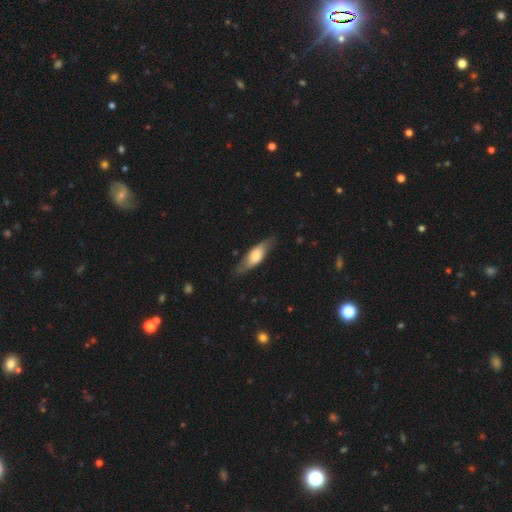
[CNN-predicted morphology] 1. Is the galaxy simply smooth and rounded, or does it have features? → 59% smooth, 35% featured or disk, 6% star or artifact.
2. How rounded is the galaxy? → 56% in between, 42% cigar-shaped, 3% round.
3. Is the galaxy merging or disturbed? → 77% none, 18% minor disturbance, 4% major disturbance, 1% merger.